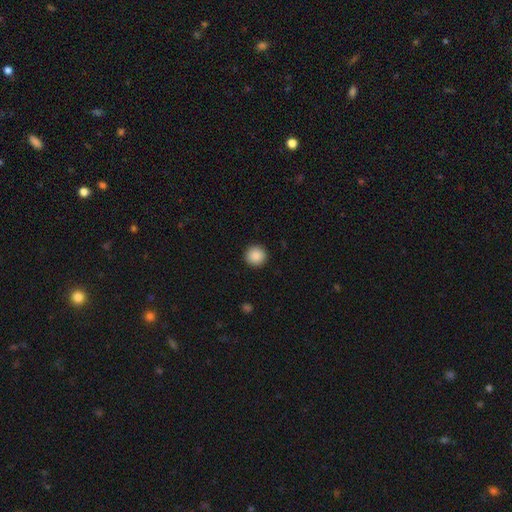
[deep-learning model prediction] smooth_or_featured: smooth (p=0.89) [alt: star or artifact p=0.08]
how_rounded: round (p=0.96) [alt: in between p=0.03]
merging: none (p=0.93) [alt: minor disturbance p=0.05]